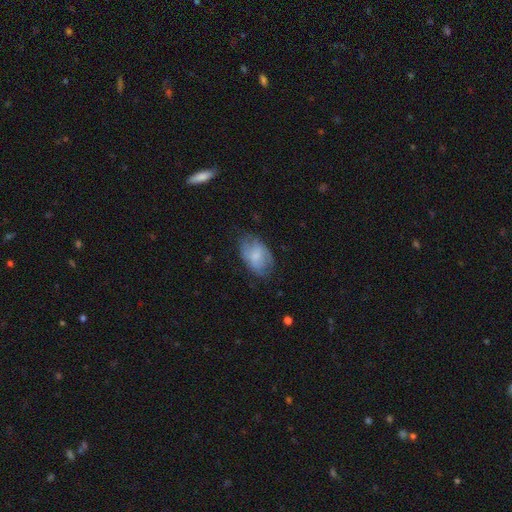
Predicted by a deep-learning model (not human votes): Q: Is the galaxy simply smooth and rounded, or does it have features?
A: smooth — 59%.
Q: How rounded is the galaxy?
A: in between — 90%.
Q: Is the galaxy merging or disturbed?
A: none — 59%.